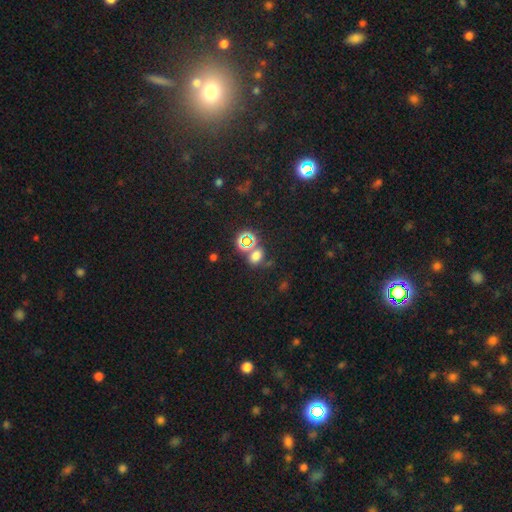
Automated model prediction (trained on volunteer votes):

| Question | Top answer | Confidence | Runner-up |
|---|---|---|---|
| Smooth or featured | smooth | 54% | star or artifact (37%) |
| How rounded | in between | 51% | round (48%) |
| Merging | none | 63% | merger (17%) |